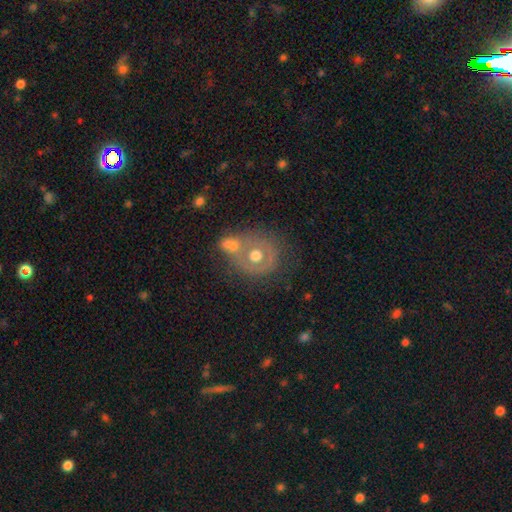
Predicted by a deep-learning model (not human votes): This appears to be a featured or disk galaxy (51%). Merging: none (42%).